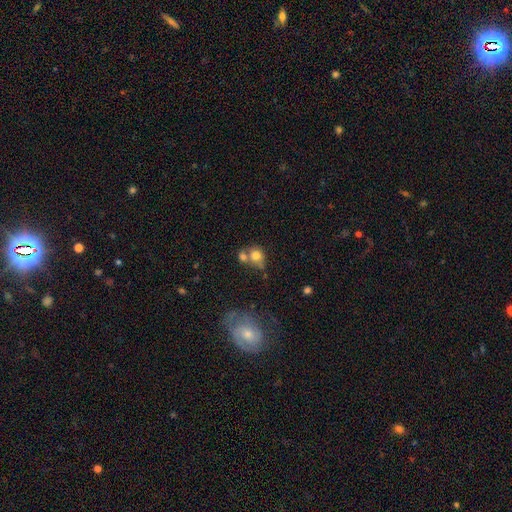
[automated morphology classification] Q: Smooth or featured?
A: smooth (74%); runner-up: featured or disk (15%)
Q: How rounded?
A: round (74%); runner-up: in between (25%)
Q: Merging?
A: merger (47%); runner-up: none (34%)